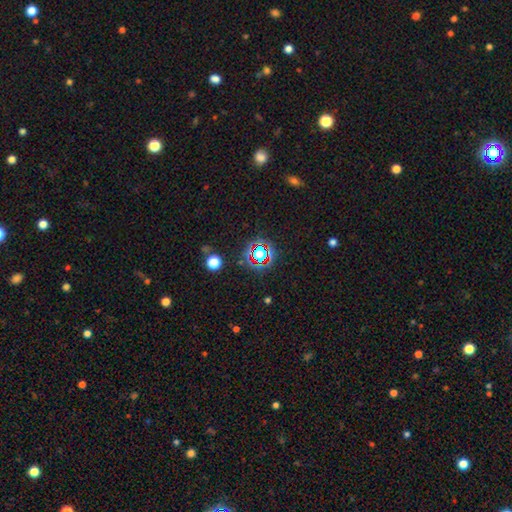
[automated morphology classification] Smooth or featured?
  - star or artifact: 68% *
  - smooth: 21%
  - featured or disk: 11%